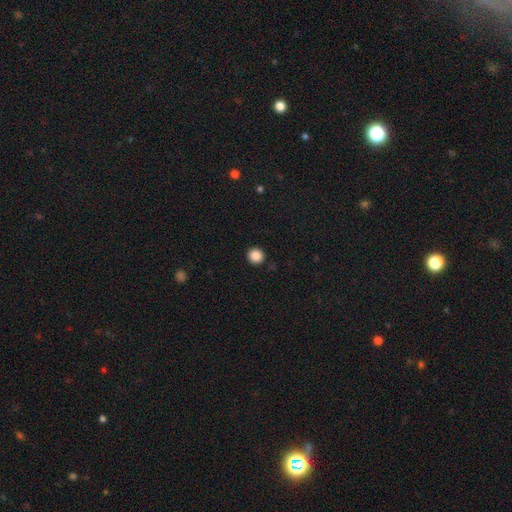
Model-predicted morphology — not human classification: smooth 87%, star or artifact 10%, featured or disk 3%. Down the decision tree: how rounded — round (92%); merging — none (92%).